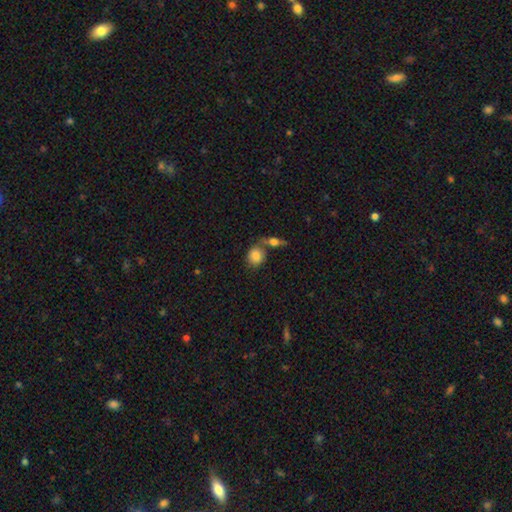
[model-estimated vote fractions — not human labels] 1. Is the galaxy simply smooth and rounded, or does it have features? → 82% smooth, 11% featured or disk, 8% star or artifact.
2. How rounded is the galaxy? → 64% round, 35% in between, 2% cigar-shaped.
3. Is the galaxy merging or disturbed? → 46% none, 36% merger, 13% minor disturbance, 6% major disturbance.